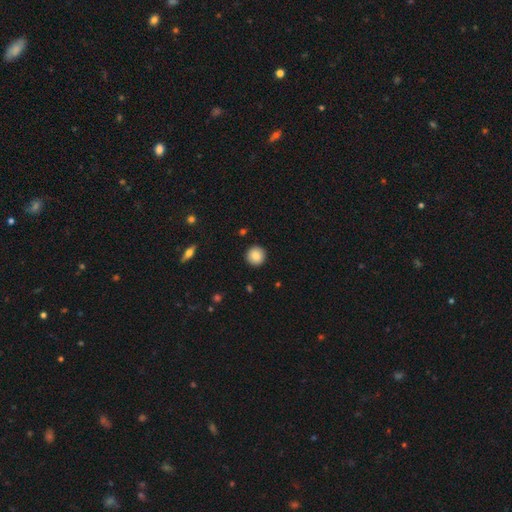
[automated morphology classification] smooth_or_featured: smooth (p=0.86) [alt: star or artifact p=0.08]
how_rounded: round (p=0.95) [alt: in between p=0.04]
merging: none (p=0.93) [alt: minor disturbance p=0.05]